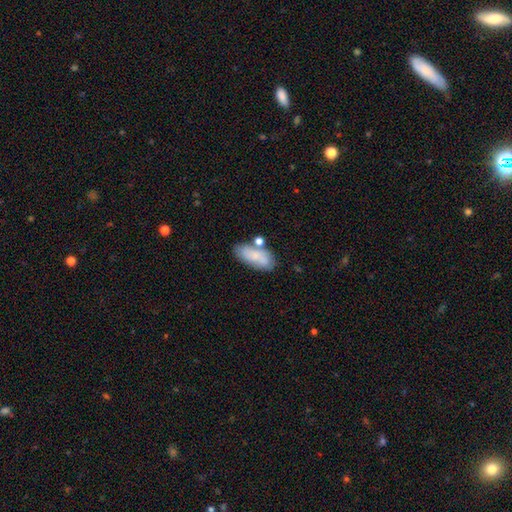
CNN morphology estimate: Smooth or featured? smooth (73%)
How rounded? in between (85%)
Merging? none (55%)